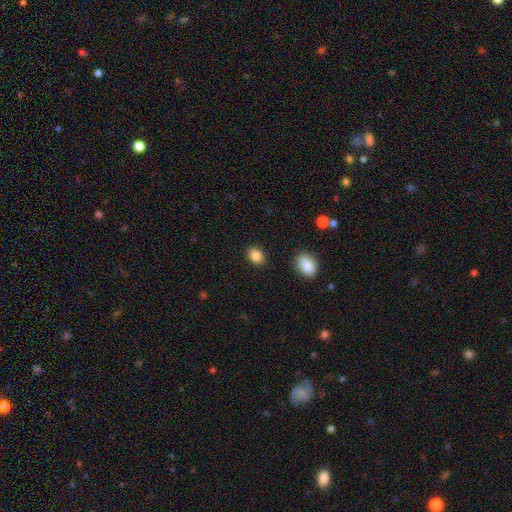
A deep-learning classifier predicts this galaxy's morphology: Q: Smooth or featured?
A: smooth (86%); runner-up: star or artifact (9%)
Q: How rounded?
A: in between (65%); runner-up: round (33%)
Q: Merging?
A: none (87%); runner-up: minor disturbance (8%)